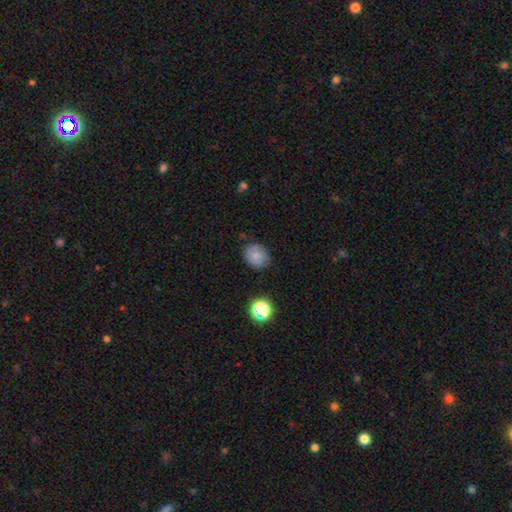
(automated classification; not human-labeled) Smooth or featured?
  - smooth: 74% *
  - featured or disk: 15%
  - star or artifact: 11%
How rounded?
  - round: 69% *
  - in between: 30%
  - cigar-shaped: 1%
Merging?
  - none: 79% *
  - minor disturbance: 16%
  - major disturbance: 3%
  - merger: 2%